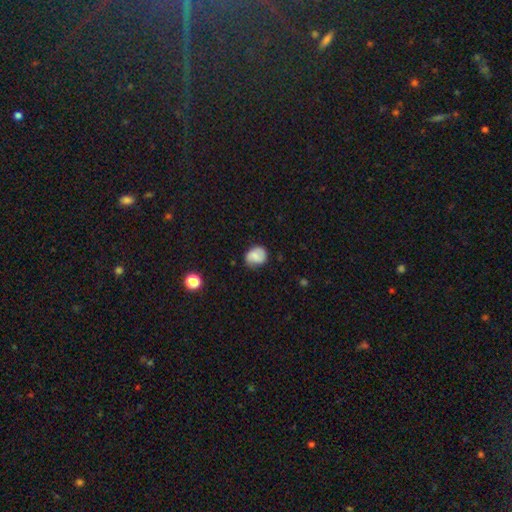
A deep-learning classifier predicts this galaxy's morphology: Overall: smooth (67%). How rounded: round (63%; in between 36%). Merging: none (69%).